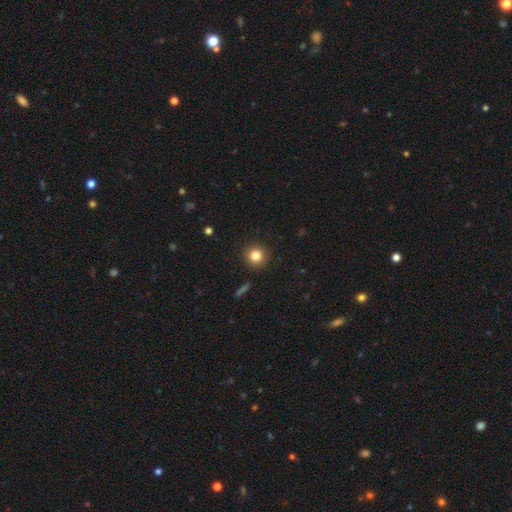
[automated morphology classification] Smooth or featured? Predicted: smooth (p=0.82). How rounded? Predicted: round (p=0.94). Merging? Predicted: none (p=0.92).